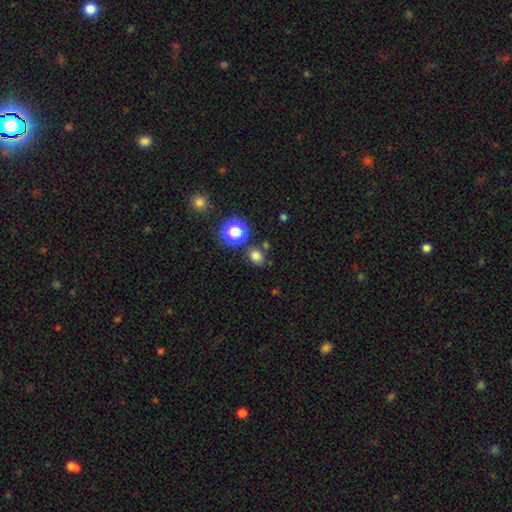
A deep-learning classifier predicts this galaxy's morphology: smooth_or_featured: smooth (p=0.75) [alt: star or artifact p=0.20]
how_rounded: round (p=0.65) [alt: in between p=0.34]
merging: none (p=0.78) [alt: minor disturbance p=0.11]